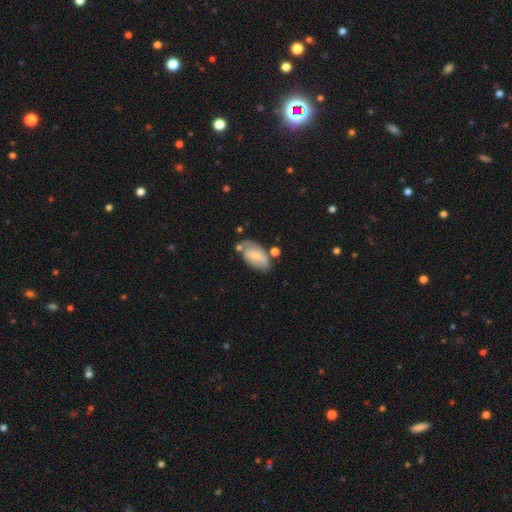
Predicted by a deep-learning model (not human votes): Smooth or featured: smooth — 57% (featured or disk — 36%)
How rounded: in between — 93% (round — 4%)
Merging: none — 49% (minor disturbance — 26%)